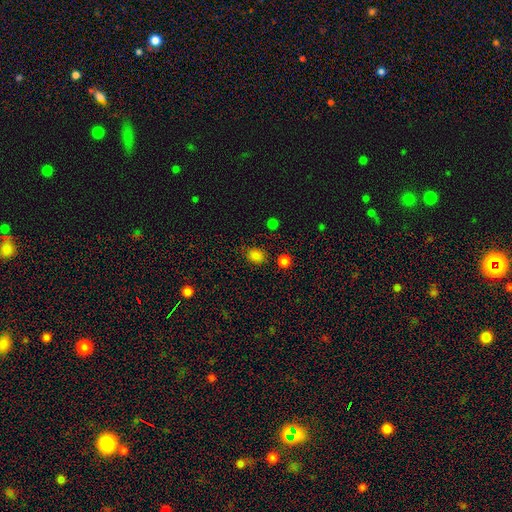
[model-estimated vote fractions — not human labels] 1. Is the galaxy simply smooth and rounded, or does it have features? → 81% smooth, 15% star or artifact, 4% featured or disk.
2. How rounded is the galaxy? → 58% round, 41% in between, 1% cigar-shaped.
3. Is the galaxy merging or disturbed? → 79% none, 14% minor disturbance, 4% merger, 4% major disturbance.